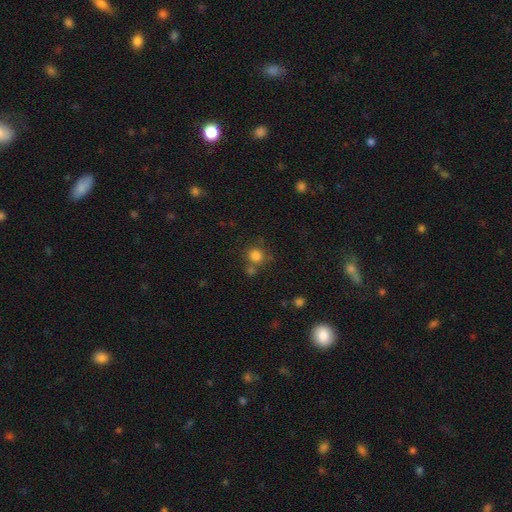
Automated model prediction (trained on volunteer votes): Smooth or featured? smooth (81%)
How rounded? round (89%)
Merging? none (65%)